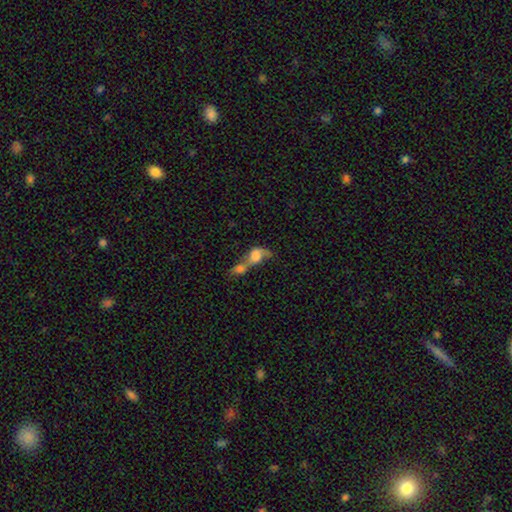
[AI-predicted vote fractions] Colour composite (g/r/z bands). It shows a smooth galaxy with no disk features (57%) that is in between round and cigar-shaped (63%). Merging: merger (81%).